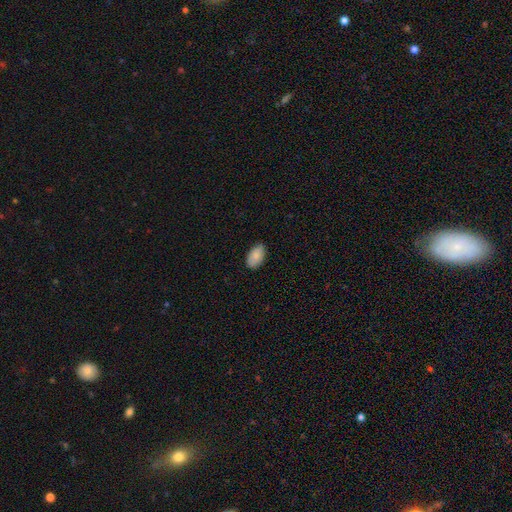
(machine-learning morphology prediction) This appears to be a smooth galaxy with no disk features (84%) that is in between round and cigar-shaped (94%). Merging: none (83%).